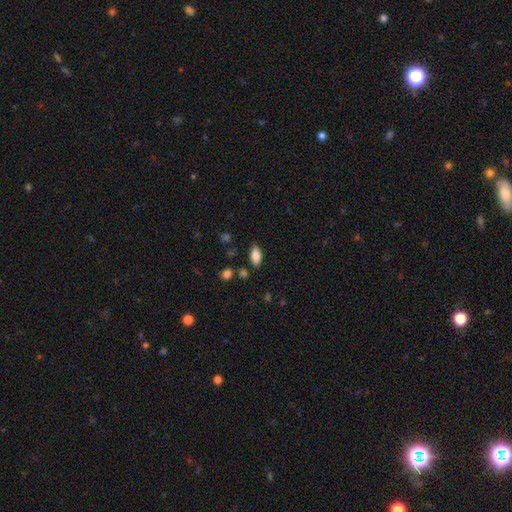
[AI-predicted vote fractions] Q: Smooth or featured?
A: smooth (82%); runner-up: featured or disk (10%)
Q: How rounded?
A: in between (89%); runner-up: cigar-shaped (7%)
Q: Merging?
A: none (84%); runner-up: minor disturbance (11%)